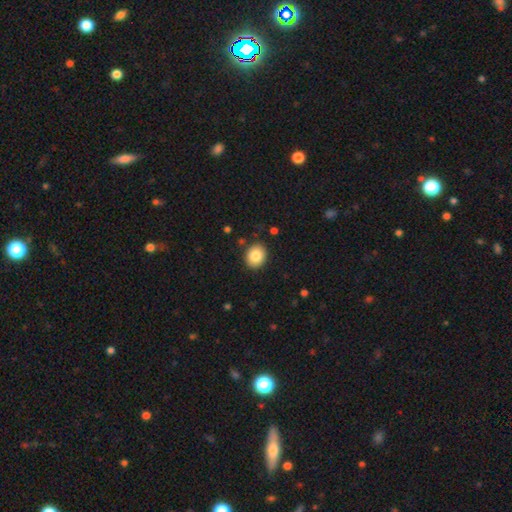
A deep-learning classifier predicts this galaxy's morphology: smooth-or-featured: smooth: 84% | star or artifact: 8% | featured or disk: 7%
  how-rounded: round: 55% | in between: 44% | cigar-shaped: 1%
  merging: none: 88% | minor disturbance: 9% | major disturbance: 2% | merger: 2%